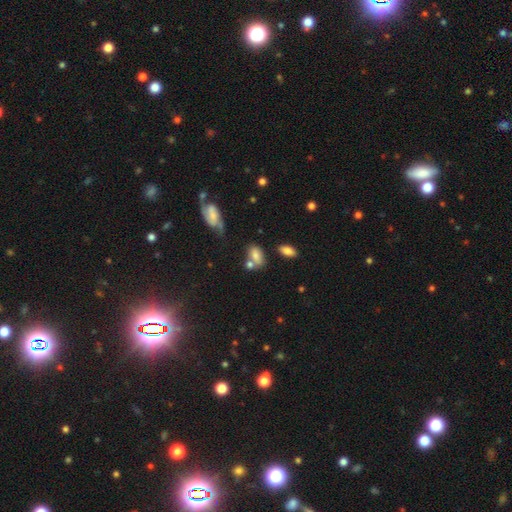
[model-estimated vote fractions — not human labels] Morphology: type=smooth (71%); roundness=in between (84%); merging=none (46%).